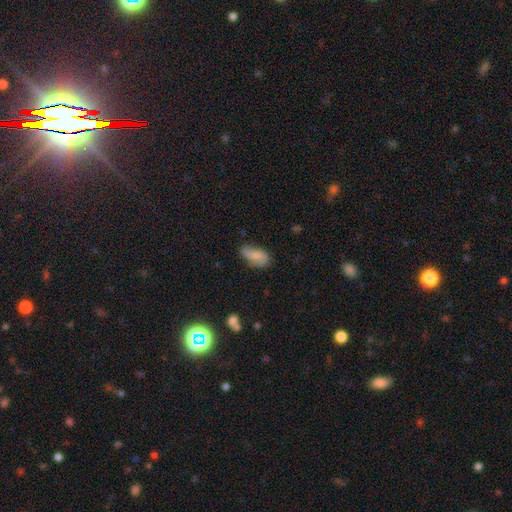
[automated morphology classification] Smooth or featured? Predicted: smooth (p=0.69). How rounded? Predicted: in between (p=0.89). Merging? Predicted: none (p=0.60).